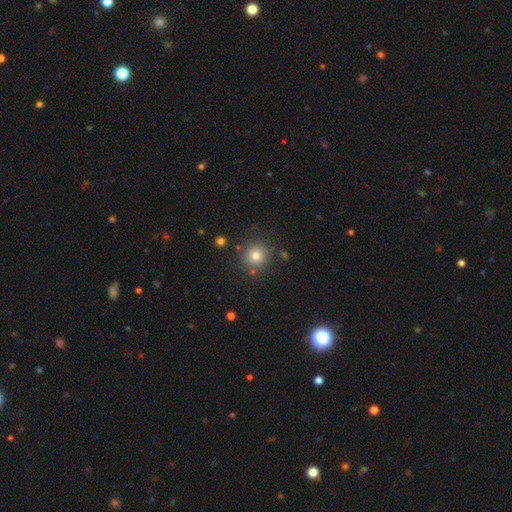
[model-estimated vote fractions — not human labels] Q: Smooth or featured?
A: smooth (78%); runner-up: star or artifact (14%)
Q: How rounded?
A: round (93%); runner-up: in between (6%)
Q: Merging?
A: none (85%); runner-up: minor disturbance (8%)